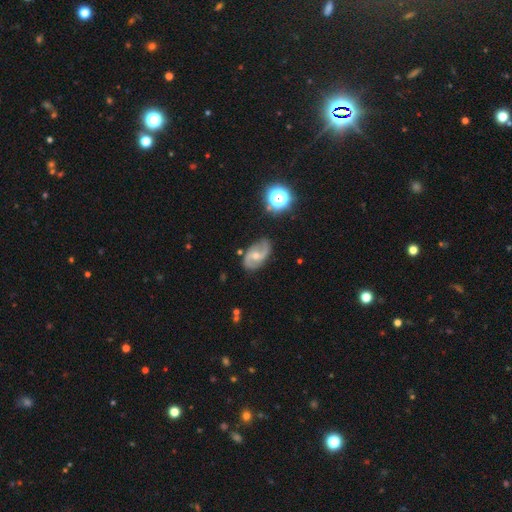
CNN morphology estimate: Smooth or featured? Predicted: featured or disk (p=0.81). Edge-on disk? Predicted: no (p=0.97). Bar? Predicted: weak (p=0.45, tied with no). Spiral arms? Predicted: yes (p=0.95). Spiral winding? Predicted: loose (p=0.43, tied with medium). Spiral arm count? Predicted: 2 (p=0.90). Bulge size? Predicted: small (p=0.49). Merging? Predicted: none (p=0.74).